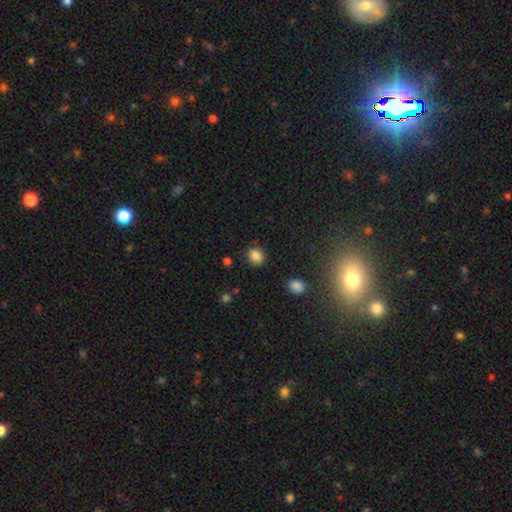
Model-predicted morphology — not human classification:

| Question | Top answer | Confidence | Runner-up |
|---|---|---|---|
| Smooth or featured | smooth | 85% | star or artifact (10%) |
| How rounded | round | 62% | in between (37%) |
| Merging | none | 85% | minor disturbance (10%) |